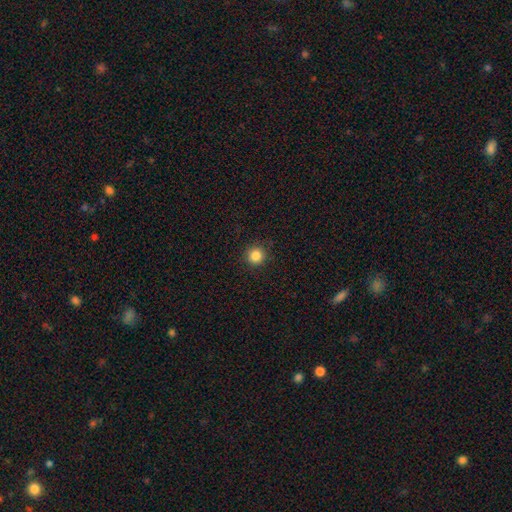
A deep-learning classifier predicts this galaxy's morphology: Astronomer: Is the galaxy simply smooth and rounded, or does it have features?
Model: smooth — 85%.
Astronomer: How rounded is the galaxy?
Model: round — 94%.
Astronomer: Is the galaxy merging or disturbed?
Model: none — 91%.